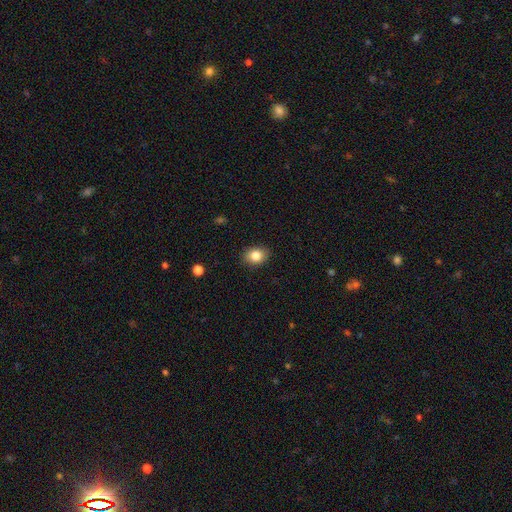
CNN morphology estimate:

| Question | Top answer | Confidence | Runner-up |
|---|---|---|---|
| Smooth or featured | smooth | 84% | star or artifact (9%) |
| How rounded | in between | 58% | round (41%) |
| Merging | none | 87% | minor disturbance (10%) |